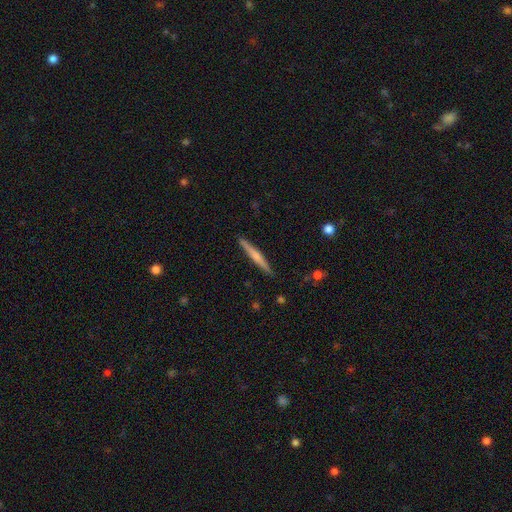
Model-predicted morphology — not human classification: This appears to be a smooth galaxy with no disk features (49%). Merging: none (91%).